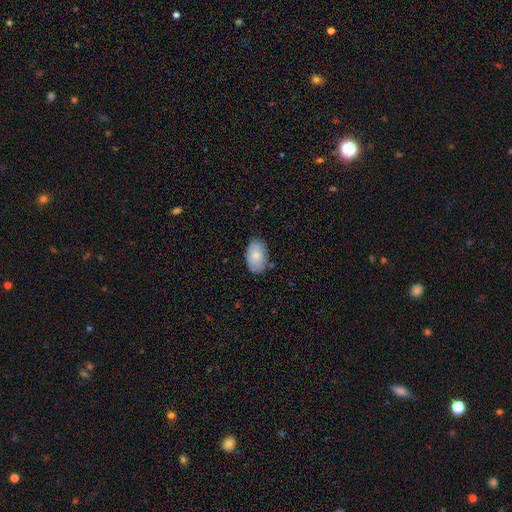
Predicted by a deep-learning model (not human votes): This appears to be a smooth galaxy with no disk features (79%) that is in between round and cigar-shaped (90%). Merging: none (79%).